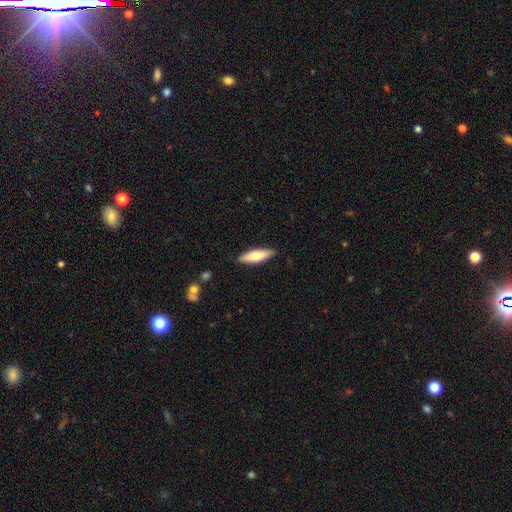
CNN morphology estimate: This is likely a smooth galaxy (70%). How rounded: possibly cigar-shaped (58%). Merging: clearly none (88%).